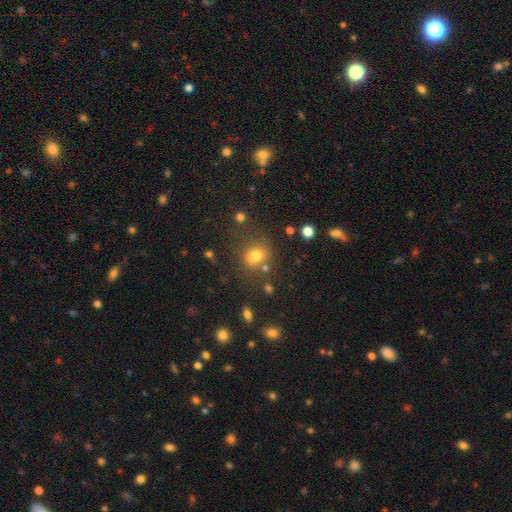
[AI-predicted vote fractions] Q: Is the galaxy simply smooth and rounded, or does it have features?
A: smooth — 74%.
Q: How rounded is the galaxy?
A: round — 75%.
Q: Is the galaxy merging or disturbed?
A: none — 73%.